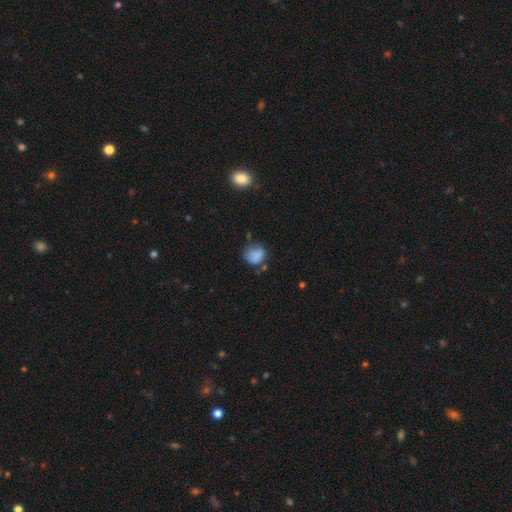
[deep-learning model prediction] smooth_or_featured: smooth (p=0.80) [alt: star or artifact p=0.10]
how_rounded: round (p=0.67) [alt: in between p=0.32]
merging: none (p=0.52) [alt: minor disturbance p=0.30]